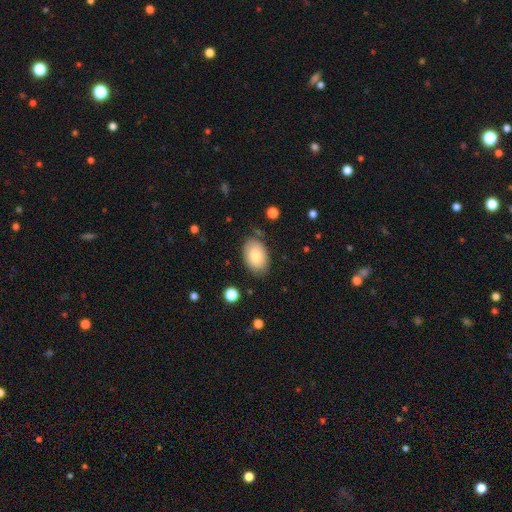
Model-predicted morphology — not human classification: This is likely a smooth galaxy (79%). How rounded: clearly in between (90%). Merging: likely none (79%).